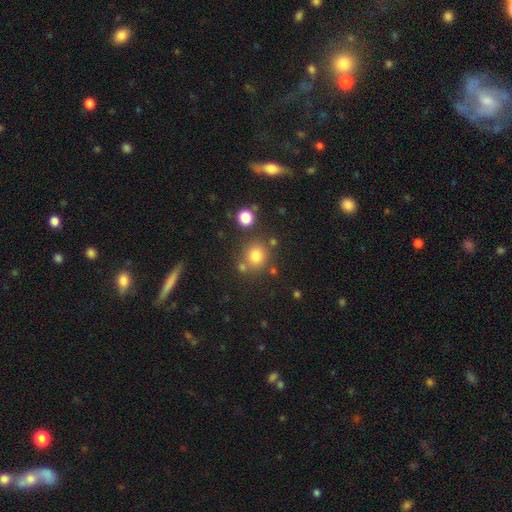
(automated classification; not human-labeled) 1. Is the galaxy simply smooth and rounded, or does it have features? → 77% smooth, 15% star or artifact, 8% featured or disk.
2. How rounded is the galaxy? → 85% round, 14% in between, 1% cigar-shaped.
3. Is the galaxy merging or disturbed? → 73% none, 13% merger, 11% minor disturbance, 4% major disturbance.